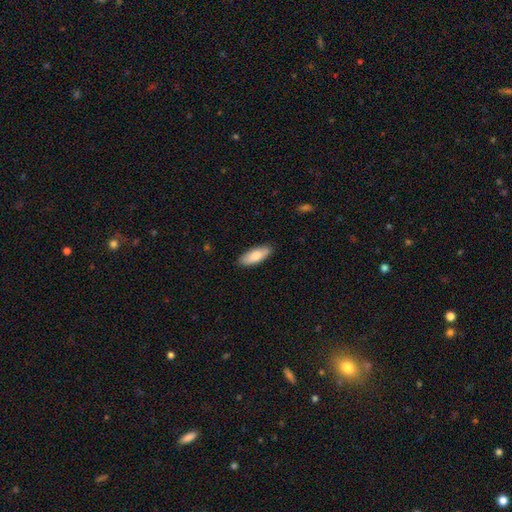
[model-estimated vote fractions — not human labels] smooth 79%, featured or disk 15%, star or artifact 5%. Down the decision tree: how rounded — in between (74%); merging — none (87%).